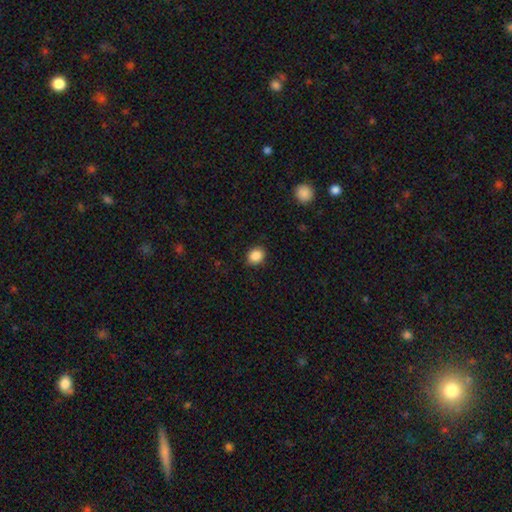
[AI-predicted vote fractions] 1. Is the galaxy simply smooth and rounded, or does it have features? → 87% smooth, 9% star or artifact, 3% featured or disk.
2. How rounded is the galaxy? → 63% round, 36% in between, 1% cigar-shaped.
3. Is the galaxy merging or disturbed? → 88% none, 9% minor disturbance, 2% major disturbance, 1% merger.